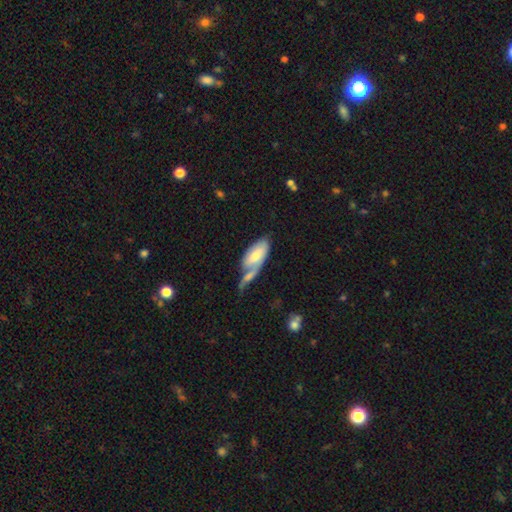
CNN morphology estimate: Smooth or featured: smooth — 55% (featured or disk — 40%)
How rounded: in between — 89% (cigar-shaped — 8%)
Merging: merger — 52% (none — 23%)